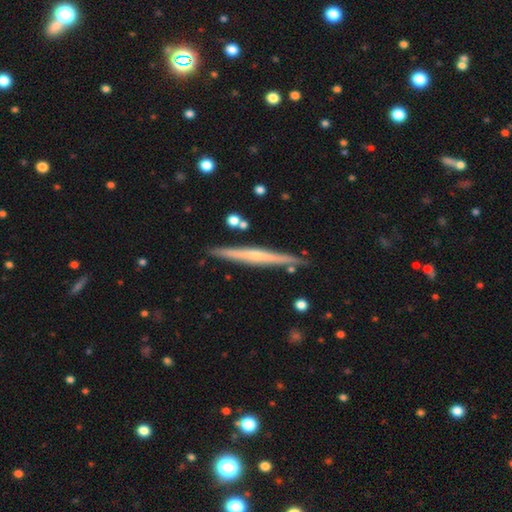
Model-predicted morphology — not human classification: A featured or disk galaxy (63%) viewed edge-on (97%) with no central bulge (48%).

Vote fractions:
- Smooth or featured? featured or disk: 63% / smooth: 31% / star or artifact: 6%
- Edge-on disk? yes: 97% / no: 3%
- Edge-on bulge? none: 48% / rounded: 46% / boxy: 5%
- Merging? none: 87% / minor disturbance: 9% / merger: 3% / major disturbance: 2%